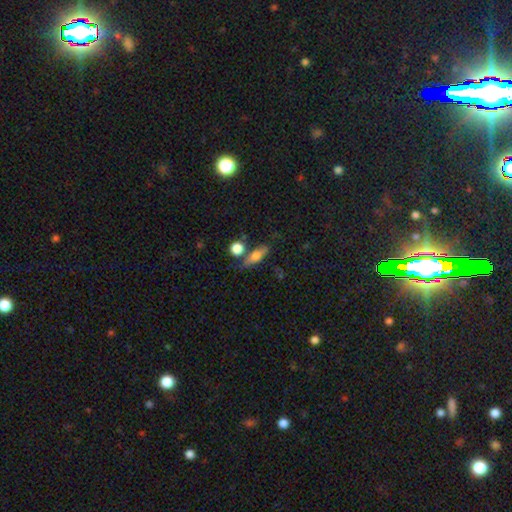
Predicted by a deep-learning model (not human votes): smooth 67%, featured or disk 24%, star or artifact 9%. Down the decision tree: how rounded — in between (50%); merging — none (64%).